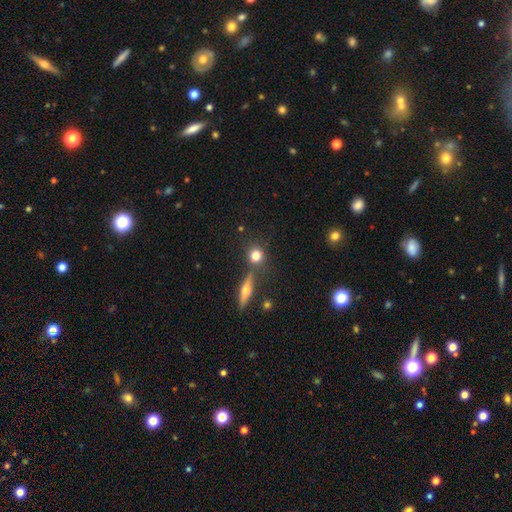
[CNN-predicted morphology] Overall: smooth (76%). How rounded: round (84%). Merging: none (72%).